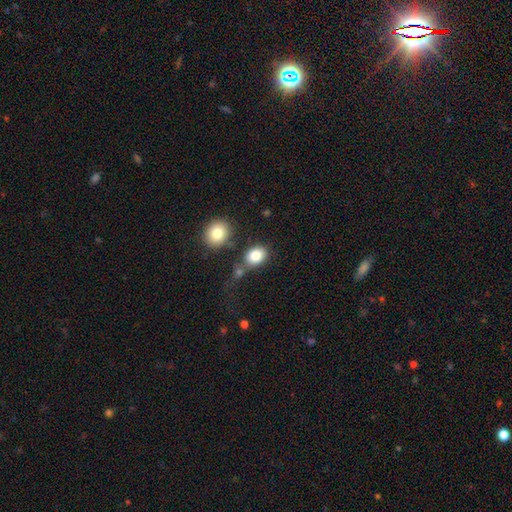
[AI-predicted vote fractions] Smooth or featured? Predicted: smooth (p=0.84). How rounded? Predicted: in between (p=0.61). Merging? Predicted: none (p=0.62).